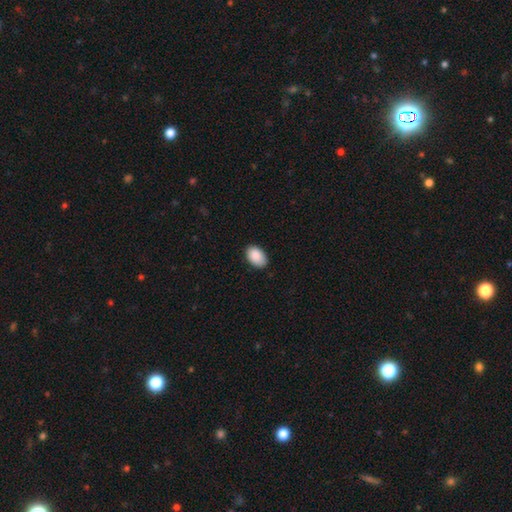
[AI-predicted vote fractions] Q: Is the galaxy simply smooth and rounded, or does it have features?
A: smooth — 90%.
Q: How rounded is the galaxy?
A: in between — 90%.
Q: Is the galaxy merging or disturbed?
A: none — 84%.